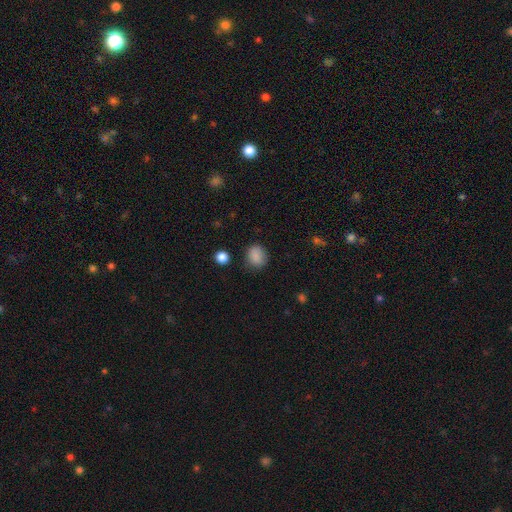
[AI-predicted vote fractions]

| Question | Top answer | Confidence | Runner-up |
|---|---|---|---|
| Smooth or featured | smooth | 85% | star or artifact (10%) |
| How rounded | round | 62% | in between (37%) |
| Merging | none | 79% | minor disturbance (15%) |